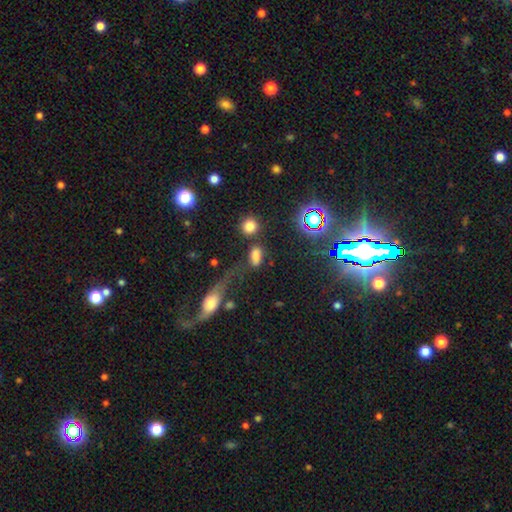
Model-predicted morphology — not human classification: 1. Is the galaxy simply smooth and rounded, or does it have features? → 73% smooth, 17% star or artifact, 10% featured or disk.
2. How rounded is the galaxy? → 80% in between, 13% round, 7% cigar-shaped.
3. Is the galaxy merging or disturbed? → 55% none, 17% minor disturbance, 14% major disturbance, 14% merger.